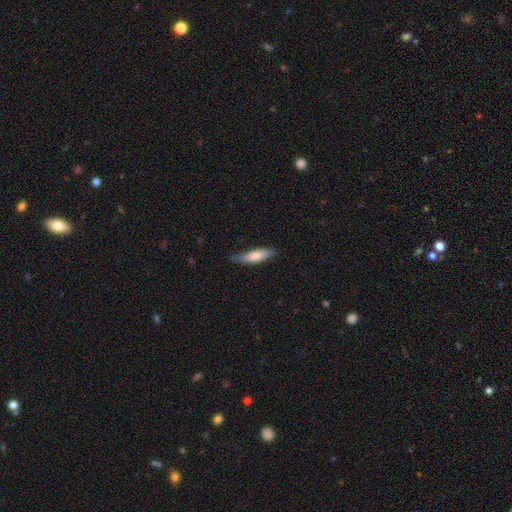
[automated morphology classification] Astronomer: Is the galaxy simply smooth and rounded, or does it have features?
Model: smooth — 75%.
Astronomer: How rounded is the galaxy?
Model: cigar-shaped — 63%.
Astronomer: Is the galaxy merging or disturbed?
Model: none — 74%.